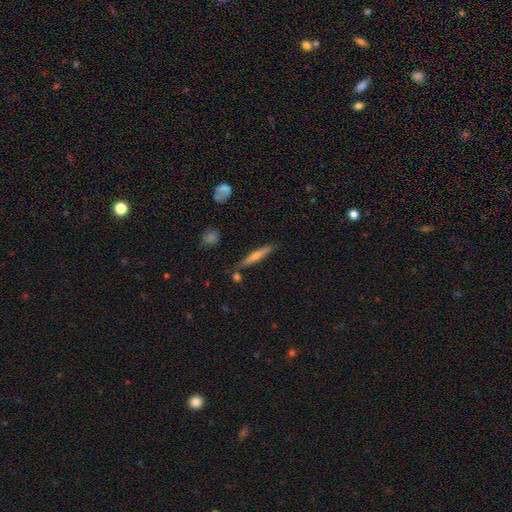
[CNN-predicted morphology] This appears to be a featured or disk galaxy (50%). Merging: none (83%).